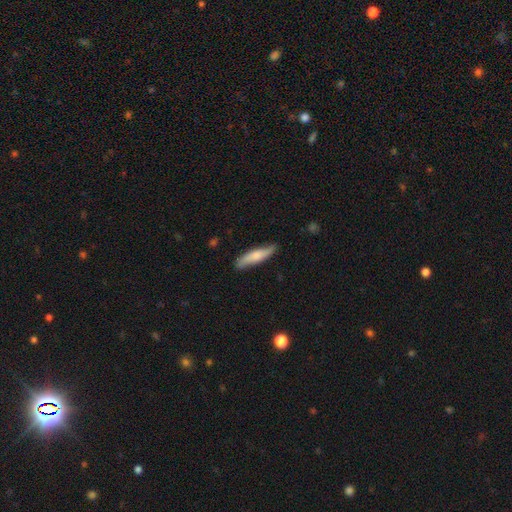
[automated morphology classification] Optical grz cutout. It shows a smooth galaxy with no disk features (61%) that is cigar-shaped (73%). Merging: none (80%).